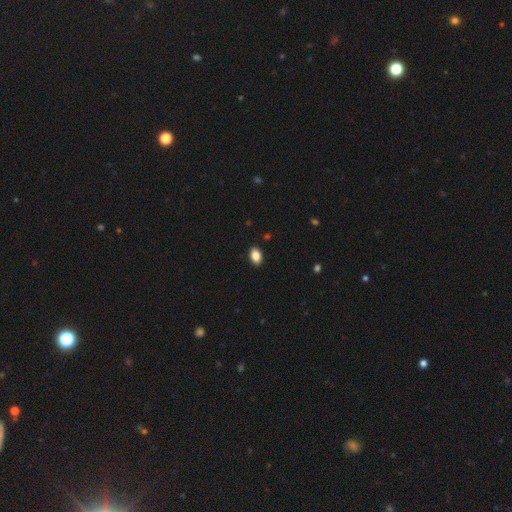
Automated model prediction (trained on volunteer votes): Smooth or featured? Predicted: smooth (p=0.87). How rounded? Predicted: in between (p=0.88). Merging? Predicted: none (p=0.90).